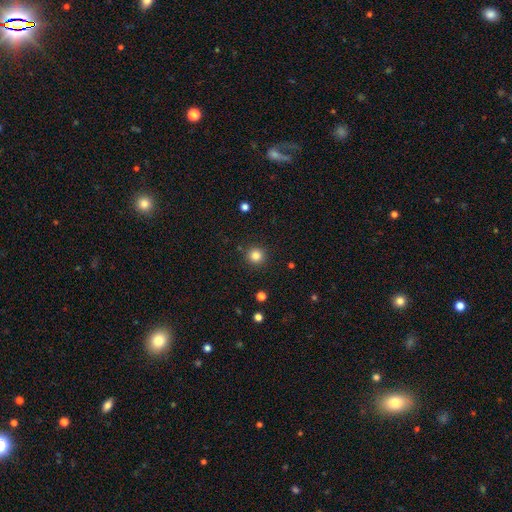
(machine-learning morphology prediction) Smooth or featured?
  - smooth: 83% *
  - star or artifact: 12%
  - featured or disk: 5%
How rounded?
  - round: 95% *
  - in between: 4%
  - cigar-shaped: 1%
Merging?
  - none: 91% *
  - minor disturbance: 6%
  - major disturbance: 2%
  - merger: 2%